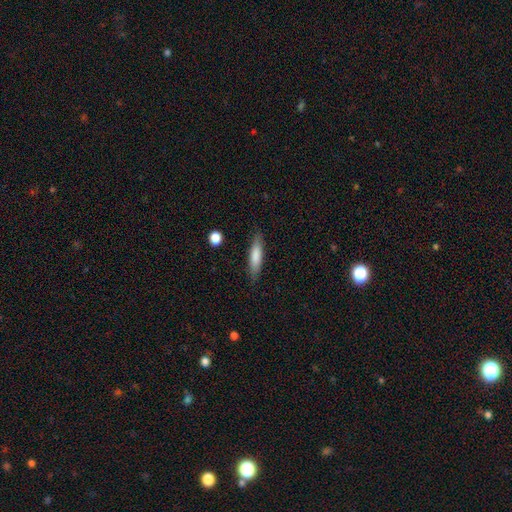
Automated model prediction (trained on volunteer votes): This appears to be a smooth galaxy with no disk features (78%) that is cigar-shaped (75%). Merging: none (85%).